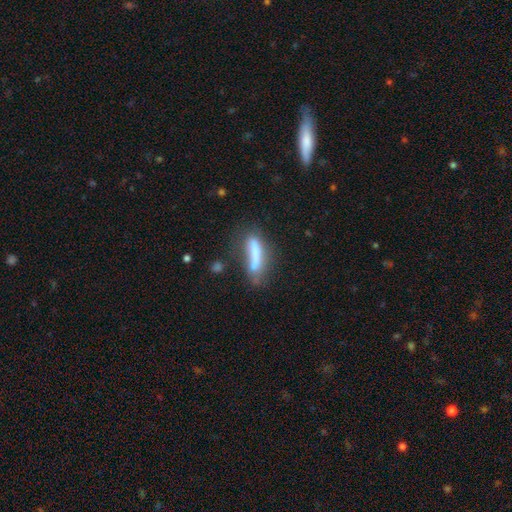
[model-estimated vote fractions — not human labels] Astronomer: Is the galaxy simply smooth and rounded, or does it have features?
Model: smooth — 61%.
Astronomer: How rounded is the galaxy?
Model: cigar-shaped — 77%.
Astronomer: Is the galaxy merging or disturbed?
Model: none — 47% (runner-up: minor disturbance, 25%).